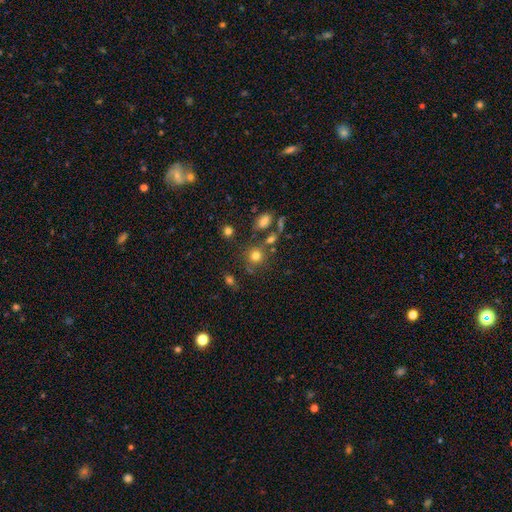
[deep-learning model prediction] Smooth or featured? Predicted: smooth (p=0.75). How rounded? Predicted: round (p=0.86). Merging? Predicted: none (p=0.70).